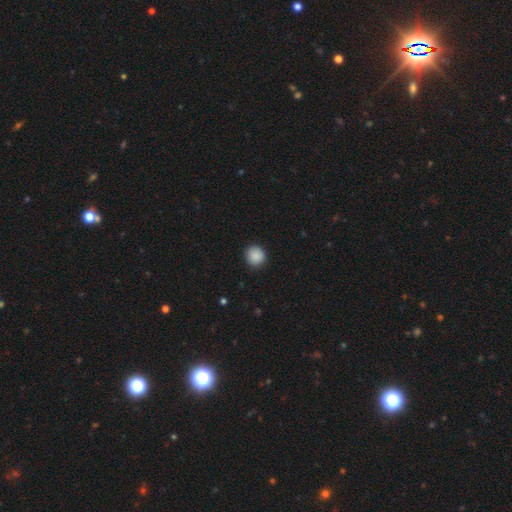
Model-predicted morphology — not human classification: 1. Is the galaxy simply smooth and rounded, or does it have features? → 89% smooth, 8% star or artifact, 3% featured or disk.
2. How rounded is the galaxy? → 91% round, 8% in between, 1% cigar-shaped.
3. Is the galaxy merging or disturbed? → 91% none, 6% minor disturbance, 2% major disturbance, 1% merger.